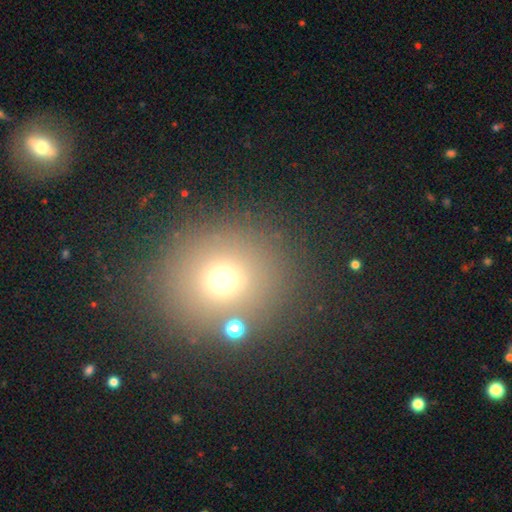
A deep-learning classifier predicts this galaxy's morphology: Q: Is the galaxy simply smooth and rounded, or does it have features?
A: smooth — 65%.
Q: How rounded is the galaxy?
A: round — 85%.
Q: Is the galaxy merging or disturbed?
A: none — 83%.